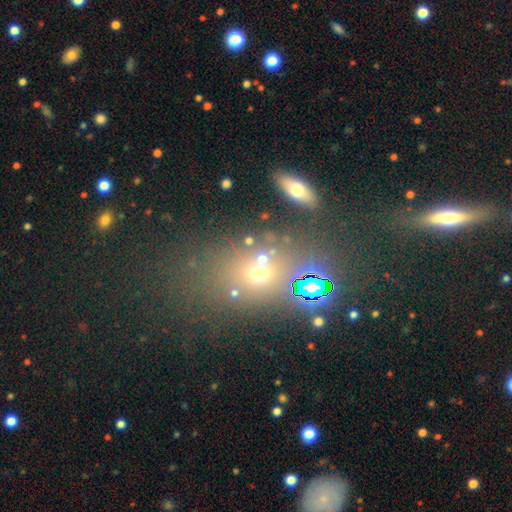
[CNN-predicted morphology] A smooth galaxy with no disk features (45%). Merging: none (55%).